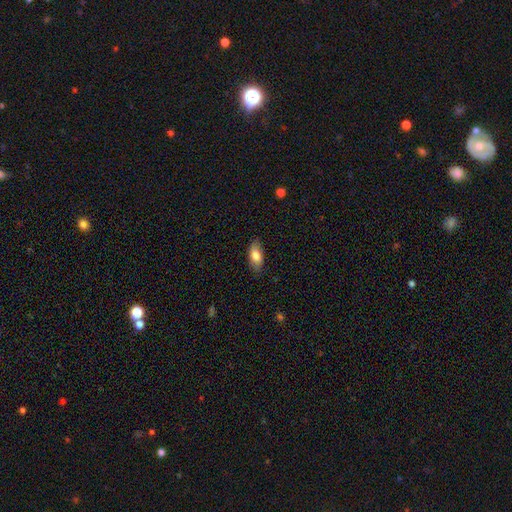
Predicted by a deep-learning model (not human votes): The model was most divided on "smooth or featured": smooth: 79%, featured or disk: 14%, star or artifact: 7%. More confident: how rounded — in between (88%); merging — none (81%).